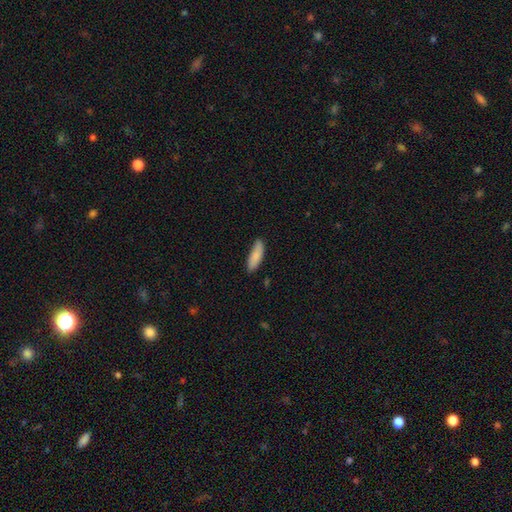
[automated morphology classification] smooth-or-featured: smooth: 85% | featured or disk: 9% | star or artifact: 6%
  how-rounded: in between: 52% | cigar-shaped: 47% | round: 2%
  merging: none: 81% | minor disturbance: 16% | major disturbance: 2% | merger: 2%